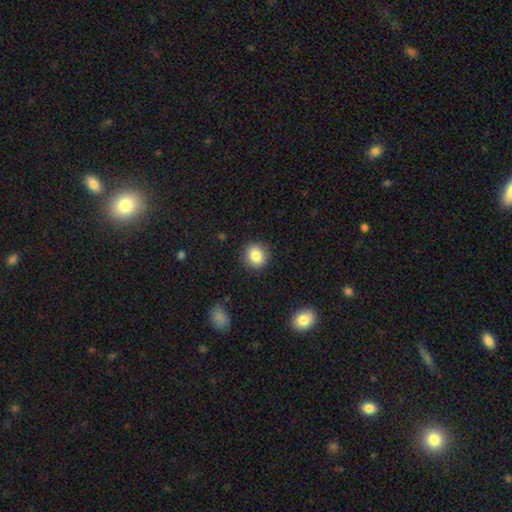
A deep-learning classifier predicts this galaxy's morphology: This is clearly a smooth galaxy (84%). How rounded: clearly round (89%). Merging: clearly none (90%).